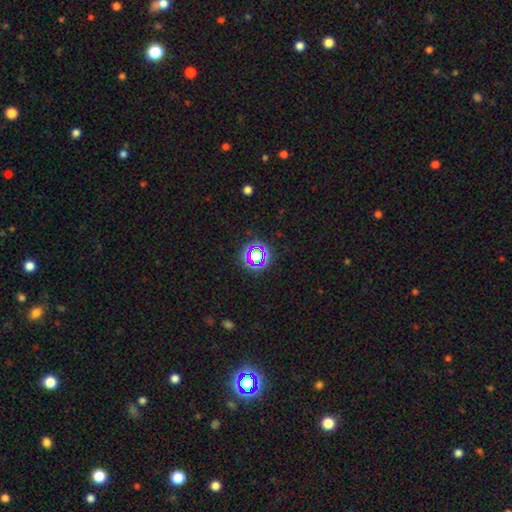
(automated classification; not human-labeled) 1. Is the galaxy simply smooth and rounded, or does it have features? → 58% star or artifact, 30% smooth, 12% featured or disk.